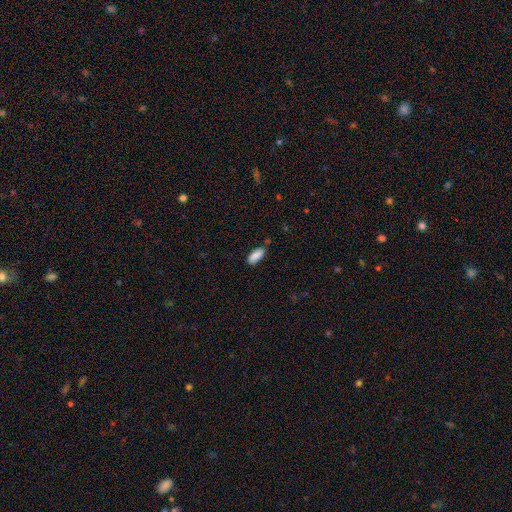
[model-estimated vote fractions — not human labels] The model was most divided on "merging": none: 80%, minor disturbance: 14%, major disturbance: 3%, merger: 3%. More confident: smooth or featured — smooth (89%); how rounded — in between (84%).